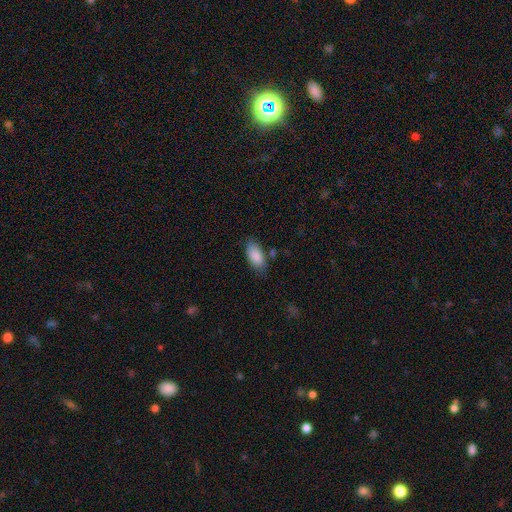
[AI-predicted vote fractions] This appears to be a smooth galaxy with no disk features (88%) that is in between round and cigar-shaped (93%). Merging: none (76%).